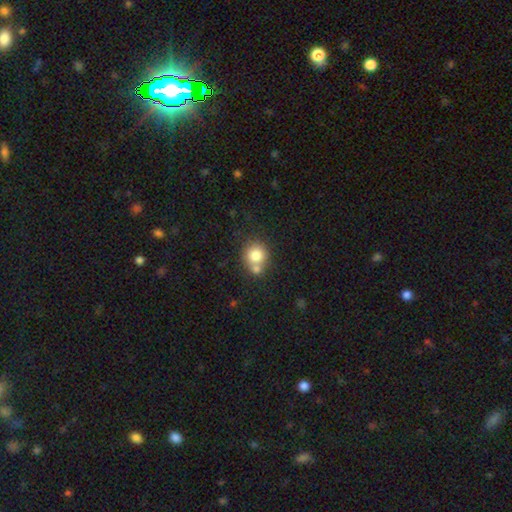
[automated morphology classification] This appears to be a smooth galaxy with no disk features (78%) that is round (84%). Merging: none (50%).